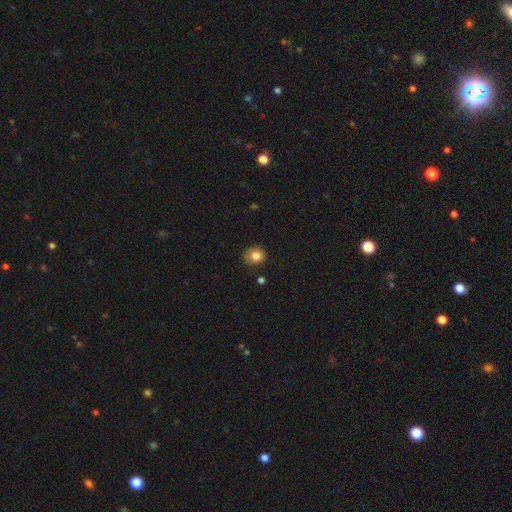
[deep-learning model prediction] smooth_or_featured: smooth (p=0.82) [alt: star or artifact p=0.11]
how_rounded: round (p=0.82) [alt: in between p=0.18]
merging: none (p=0.69) [alt: minor disturbance p=0.23]